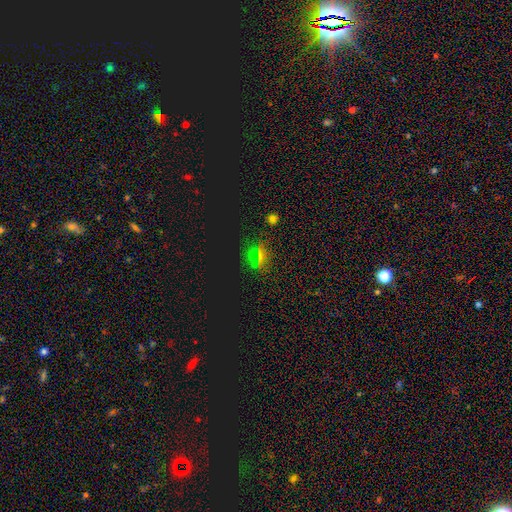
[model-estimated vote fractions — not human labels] A star or artifact, not a galaxy (54%).

Vote fractions:
- Smooth or featured? star or artifact: 54% / smooth: 38% / featured or disk: 8%